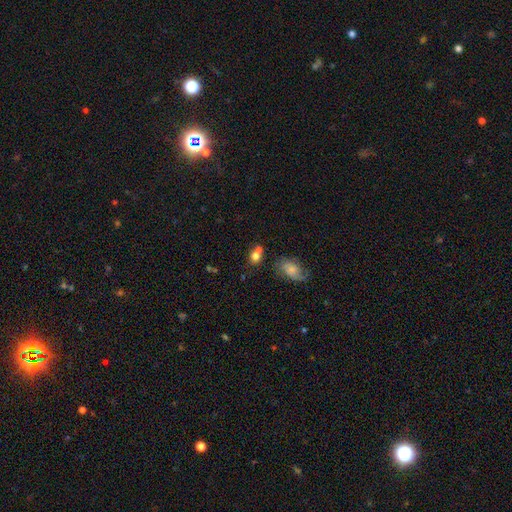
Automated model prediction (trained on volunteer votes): A smooth galaxy with no disk features (75%) that is round (64%). Merging: none (50%).